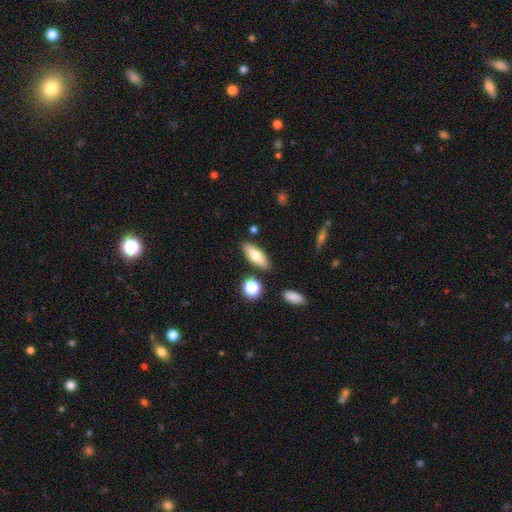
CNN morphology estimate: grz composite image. It shows a smooth galaxy with no disk features (72%) that is in between round and cigar-shaped (69%). Merging: none (83%).